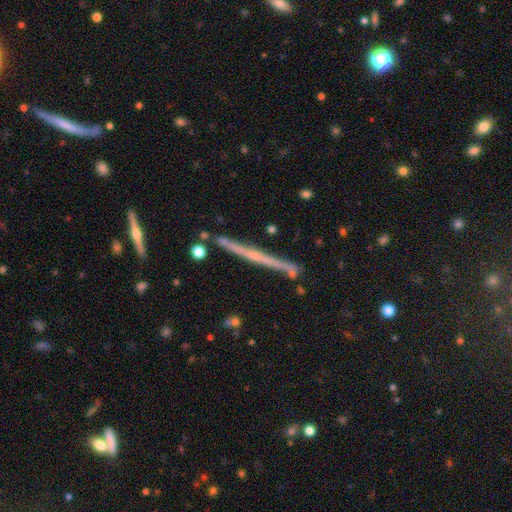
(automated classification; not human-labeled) smooth_or_featured: featured or disk (p=0.62) [alt: smooth p=0.29]
disk_edge_on: yes (p=0.98) [alt: no p=0.02]
edge_on_bulge: none (p=0.75) [alt: rounded p=0.19]
merging: none (p=0.87) [alt: minor disturbance p=0.09]